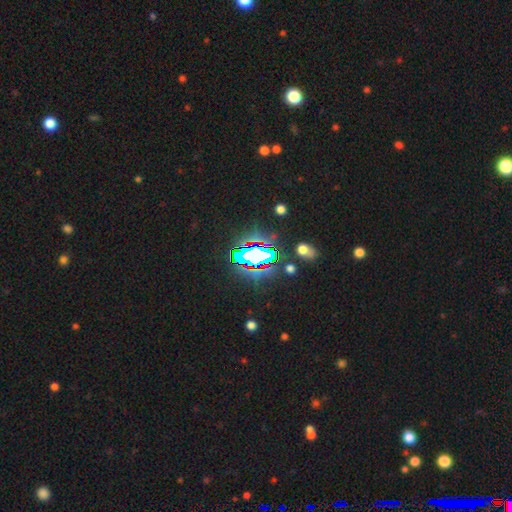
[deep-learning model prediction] This appears to be a star or artifact, not a galaxy (69%).